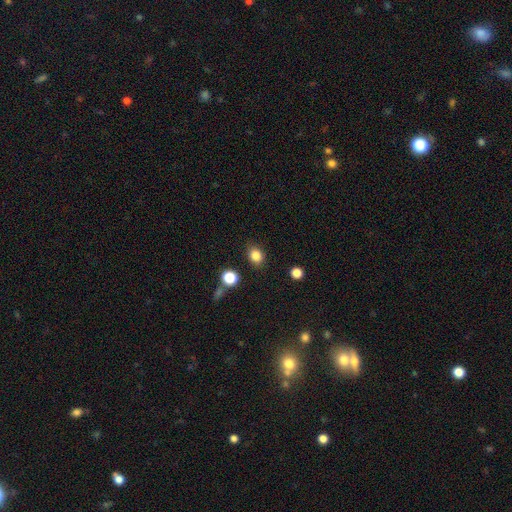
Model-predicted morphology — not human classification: Smooth or featured? smooth (84%)
How rounded? round (55%)
Merging? none (84%)